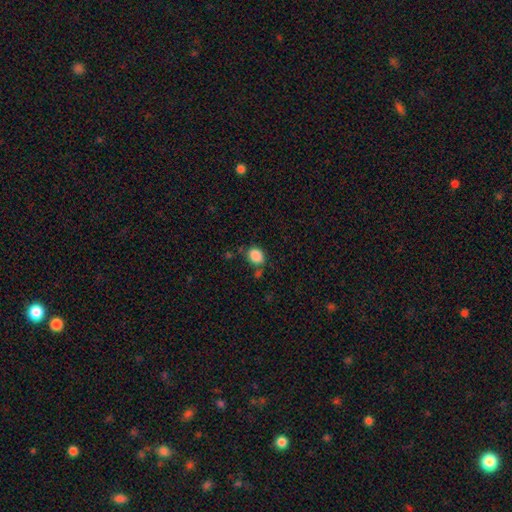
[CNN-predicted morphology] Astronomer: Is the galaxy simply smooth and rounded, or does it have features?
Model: smooth — 87%.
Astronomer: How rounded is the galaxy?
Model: round — 50% (runner-up: in between, 49%).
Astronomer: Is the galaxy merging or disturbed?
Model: none — 70%.